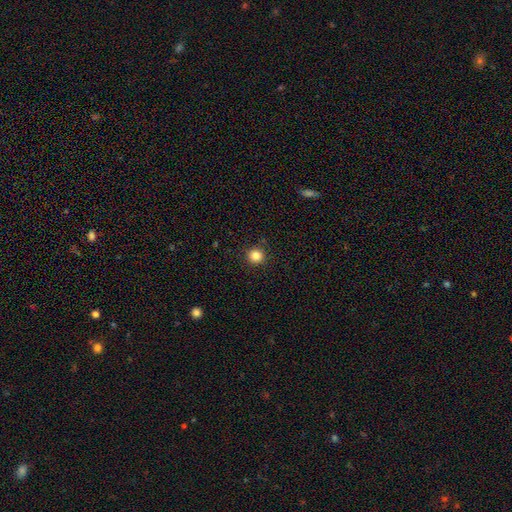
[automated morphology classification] Smooth or featured? smooth (84%)
How rounded? round (94%)
Merging? none (90%)